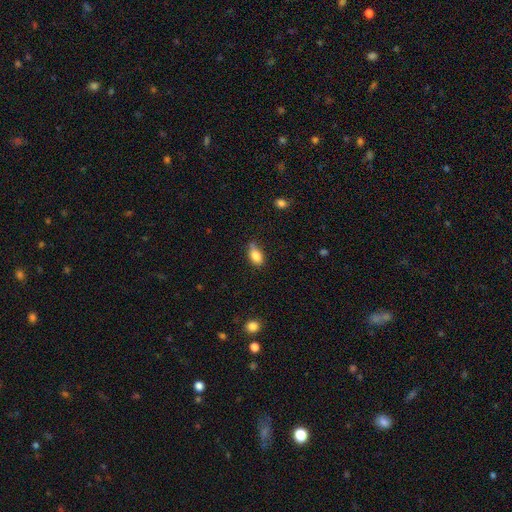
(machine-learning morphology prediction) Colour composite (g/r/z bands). It shows a smooth galaxy with no disk features (84%) that is in between round and cigar-shaped (86%). Merging: none (60%).